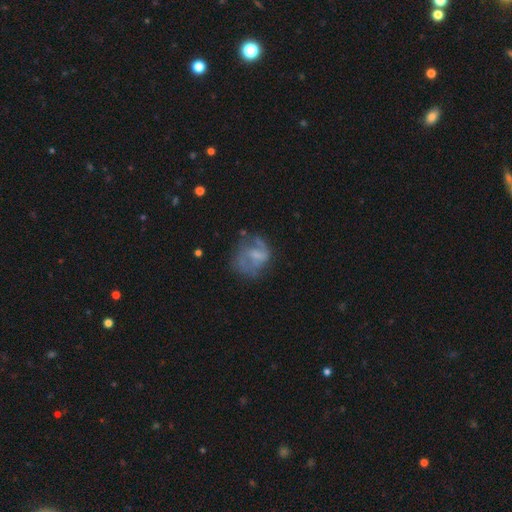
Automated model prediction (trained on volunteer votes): Smooth or featured? Predicted: featured or disk (p=0.56). Edge-on disk? Predicted: no (p=0.97). Bar? Predicted: no (p=0.51). Spiral arms? Predicted: yes (p=0.57). Bulge size? Predicted: none (p=0.41). Merging? Predicted: none (p=0.46).